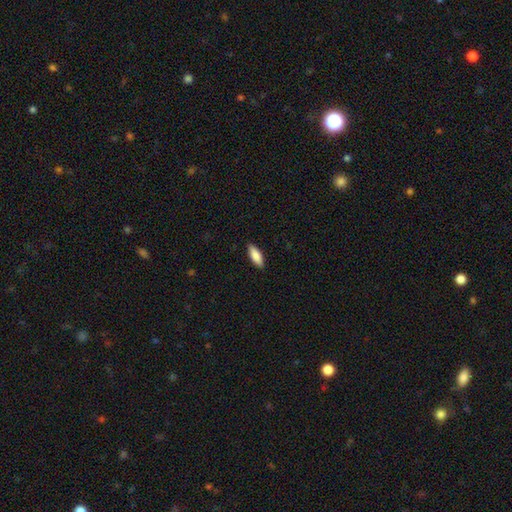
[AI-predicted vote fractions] Smooth or featured? smooth (85%)
How rounded? in between (67%)
Merging? none (90%)